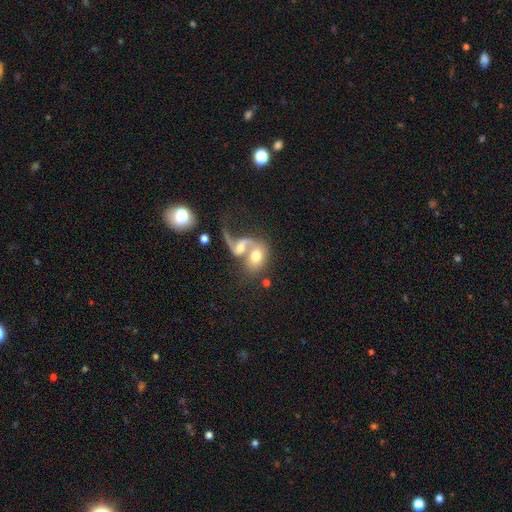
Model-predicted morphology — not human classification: featured or disk 46%, smooth 45%, star or artifact 9%. Down the decision tree: merging — merger (72%).